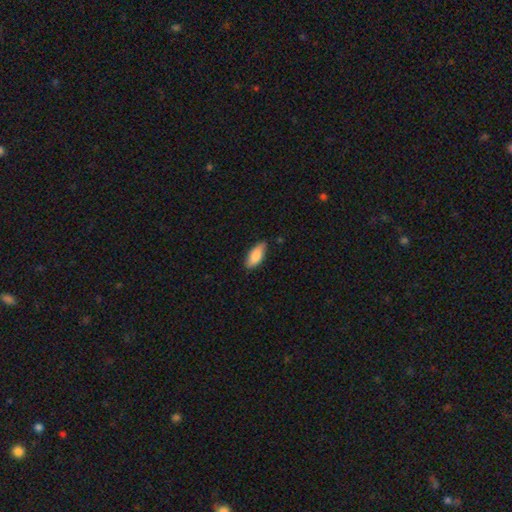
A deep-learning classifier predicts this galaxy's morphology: This is clearly a smooth galaxy (85%). How rounded: clearly in between (84%). Merging: likely none (79%).